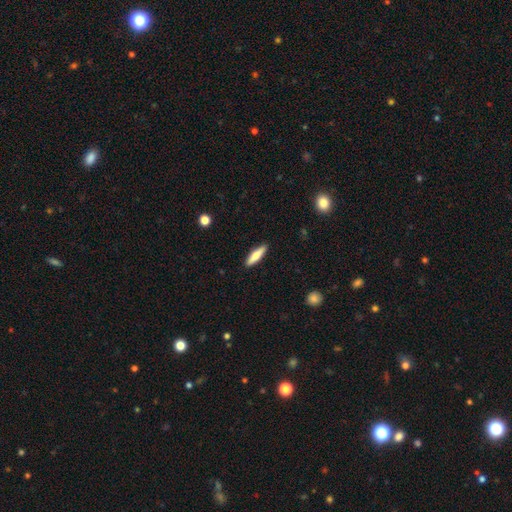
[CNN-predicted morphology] This appears to be a smooth galaxy with no disk features (65%) that is cigar-shaped (74%). Merging: none (91%).